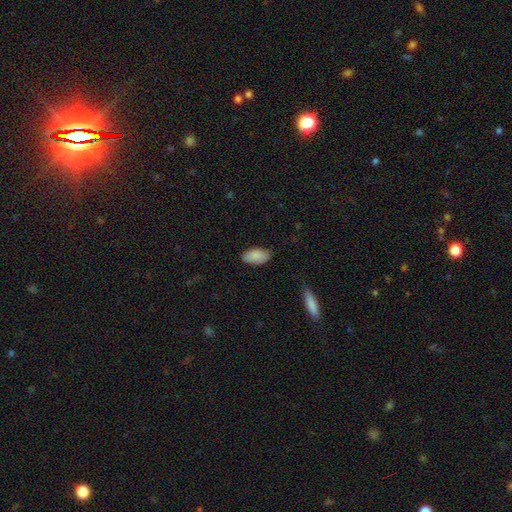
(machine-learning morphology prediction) A smooth galaxy with no disk features (88%) that is in between round and cigar-shaped (95%).

Vote fractions:
- Smooth or featured? smooth: 88% / star or artifact: 6% / featured or disk: 6%
- How rounded? in between: 95% / cigar-shaped: 3% / round: 2%
- Merging? none: 84% / minor disturbance: 13% / major disturbance: 2% / merger: 1%